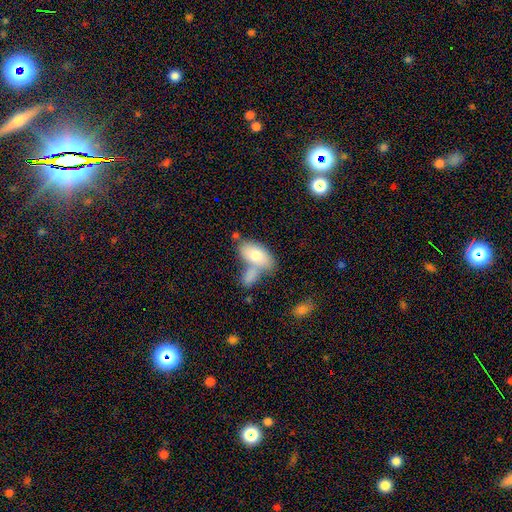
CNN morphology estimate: type=smooth (75%); roundness=in between (91%); merging=merger (43%).